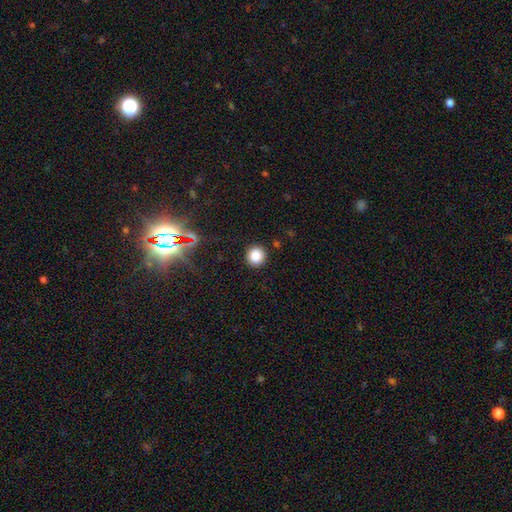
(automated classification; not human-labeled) smooth_or_featured: smooth (p=0.83) [alt: star or artifact p=0.13]
how_rounded: round (p=0.94) [alt: in between p=0.05]
merging: none (p=0.91) [alt: minor disturbance p=0.06]